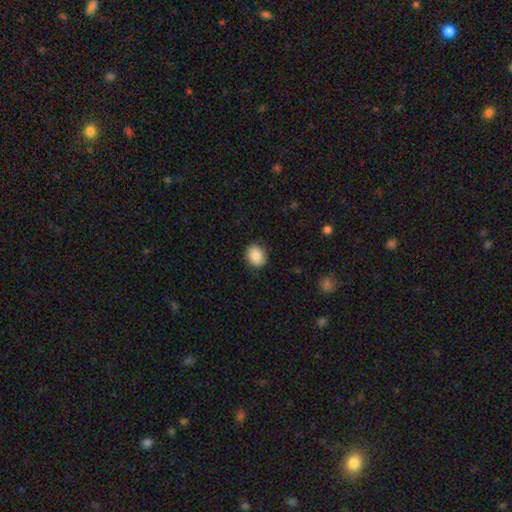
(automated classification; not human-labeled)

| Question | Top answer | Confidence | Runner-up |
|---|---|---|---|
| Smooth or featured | smooth | 88% | star or artifact (7%) |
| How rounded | round | 55% | in between (44%) |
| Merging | none | 87% | minor disturbance (9%) |